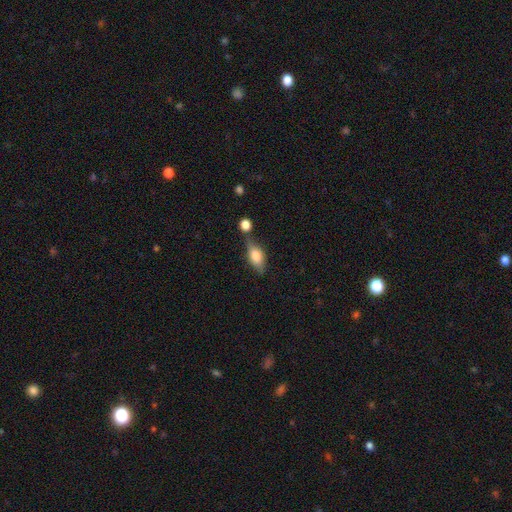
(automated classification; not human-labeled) A smooth galaxy with no disk features (64%) that is in between round and cigar-shaped (80%).

Vote fractions:
- Smooth or featured? smooth: 64% / featured or disk: 28% / star or artifact: 8%
- How rounded? in between: 80% / cigar-shaped: 12% / round: 8%
- Merging? none: 55% / minor disturbance: 22% / merger: 16% / major disturbance: 7%